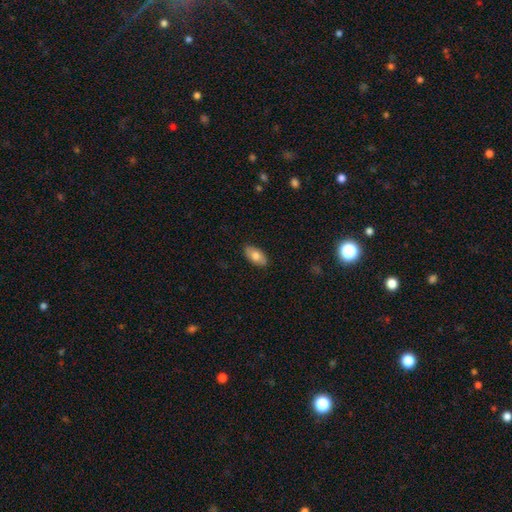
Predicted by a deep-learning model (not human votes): Smooth or featured: smooth — 77% (featured or disk — 17%)
How rounded: in between — 94% (round — 3%)
Merging: none — 88% (minor disturbance — 9%)